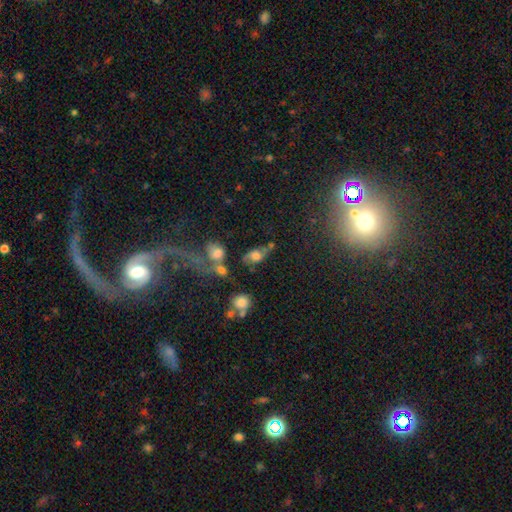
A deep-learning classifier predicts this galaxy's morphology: This appears to be a smooth galaxy with no disk features (51%) that is in between round and cigar-shaped (75%). Merging: none (37%).